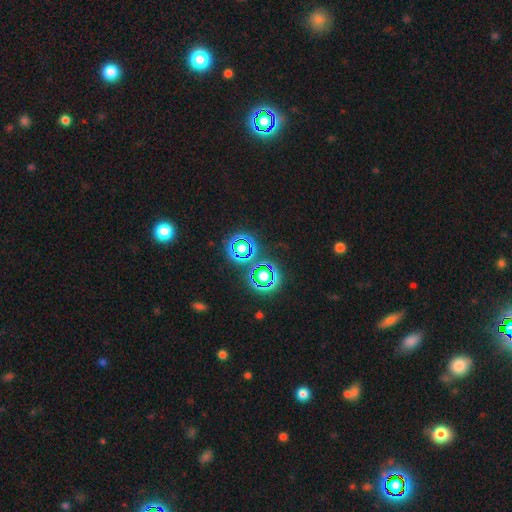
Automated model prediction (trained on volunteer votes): This is likely a star or artifact rather than a galaxy (73%).